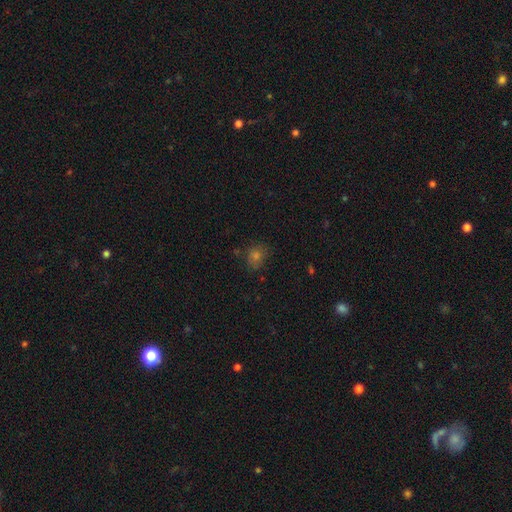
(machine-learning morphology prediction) smooth 65%, star or artifact 26%, featured or disk 9%. Down the decision tree: how rounded — round (70%); merging — none (76%).